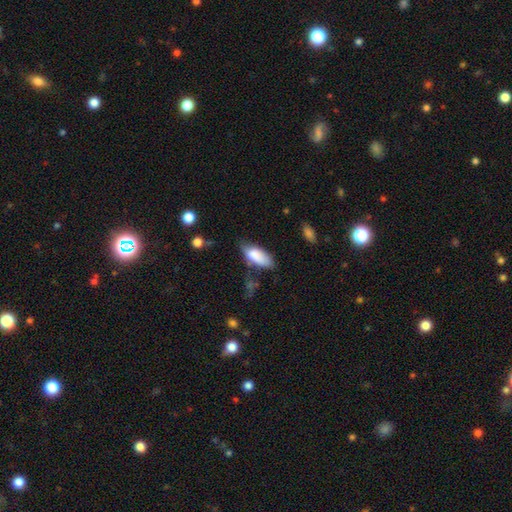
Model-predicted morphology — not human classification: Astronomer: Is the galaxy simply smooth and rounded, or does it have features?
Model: smooth — 82%.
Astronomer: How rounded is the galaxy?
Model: in between — 86%.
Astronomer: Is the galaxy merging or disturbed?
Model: none — 44% (runner-up: minor disturbance, 35%).